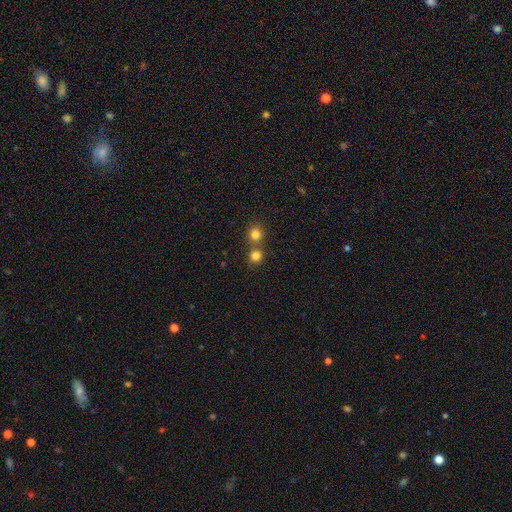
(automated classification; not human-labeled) smooth 79%, star or artifact 14%, featured or disk 6%. Down the decision tree: how rounded — round (89%); merging — none (58%).